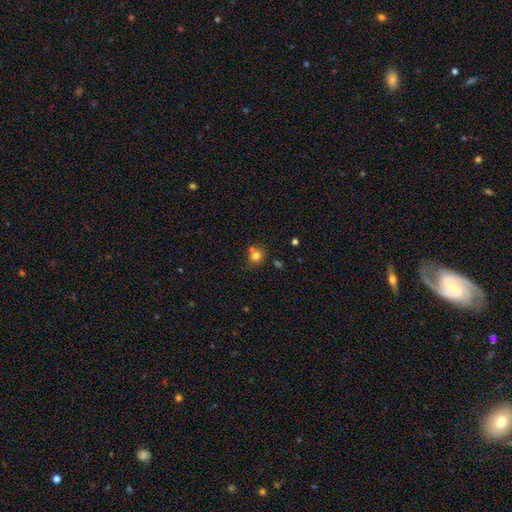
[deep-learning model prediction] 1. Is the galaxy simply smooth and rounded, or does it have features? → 76% smooth, 14% star or artifact, 10% featured or disk.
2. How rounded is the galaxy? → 79% round, 20% in between, 1% cigar-shaped.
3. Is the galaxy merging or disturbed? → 62% none, 23% merger, 11% minor disturbance, 3% major disturbance.